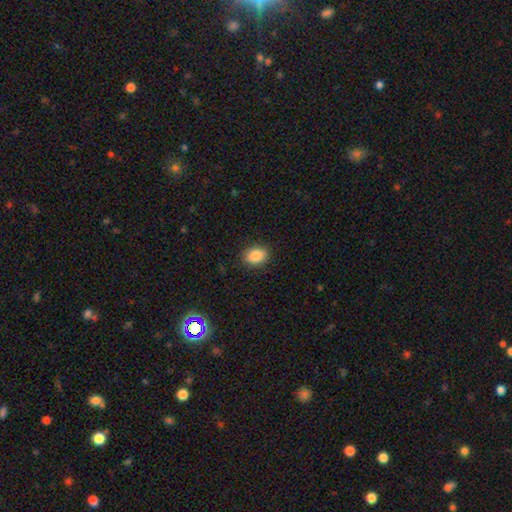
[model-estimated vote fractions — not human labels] This is clearly a smooth galaxy (87%). How rounded: likely in between (75%). Merging: clearly none (87%).